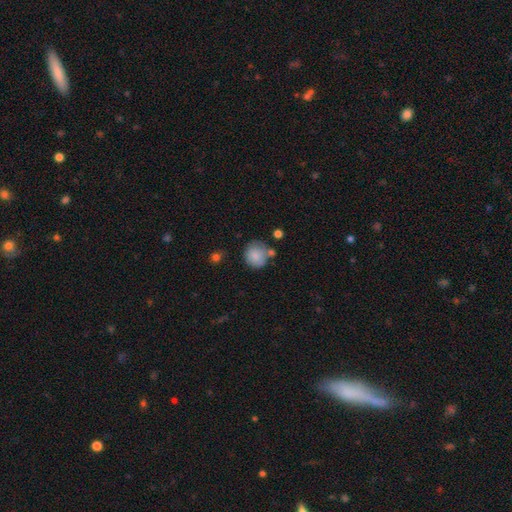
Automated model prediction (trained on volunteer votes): Smooth or featured?
  - smooth: 81% *
  - featured or disk: 11%
  - star or artifact: 8%
How rounded?
  - round: 86% *
  - in between: 13%
  - cigar-shaped: 1%
Merging?
  - none: 59% *
  - minor disturbance: 21%
  - merger: 13%
  - major disturbance: 7%